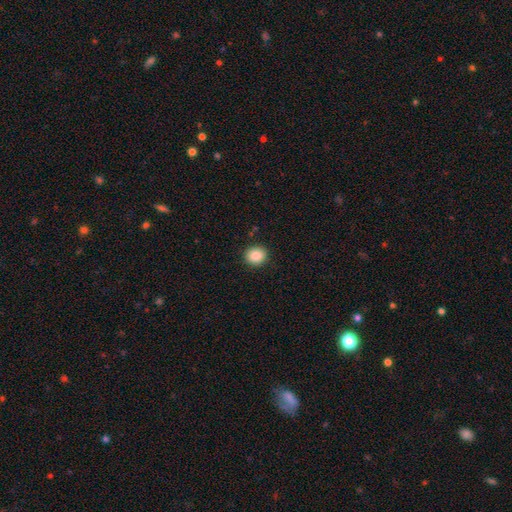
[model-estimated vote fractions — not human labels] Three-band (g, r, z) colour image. It shows a smooth galaxy with no disk features (87%) that is round (82%). Merging: none (91%).